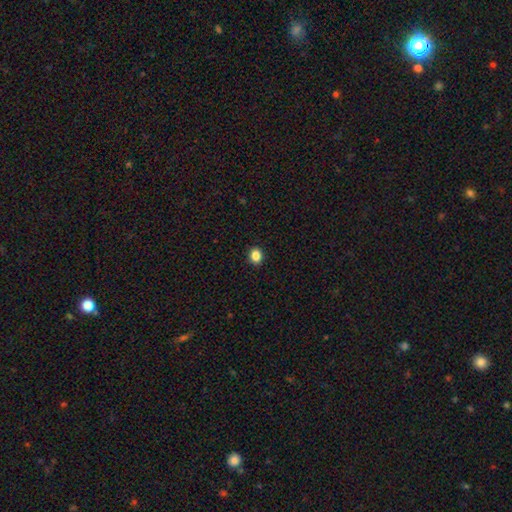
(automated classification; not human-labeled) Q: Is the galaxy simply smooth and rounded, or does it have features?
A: smooth — 86%.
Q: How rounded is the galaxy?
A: round — 61%.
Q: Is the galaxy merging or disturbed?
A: none — 92%.